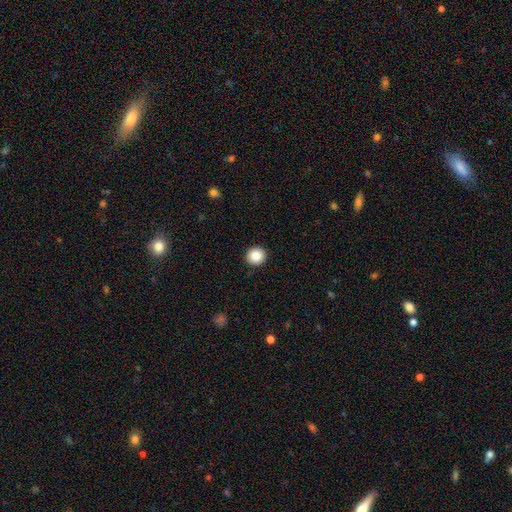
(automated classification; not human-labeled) Smooth or featured?
  - smooth: 86% *
  - star or artifact: 9%
  - featured or disk: 5%
How rounded?
  - round: 94% *
  - in between: 5%
  - cigar-shaped: 1%
Merging?
  - none: 93% *
  - minor disturbance: 4%
  - major disturbance: 1%
  - merger: 1%